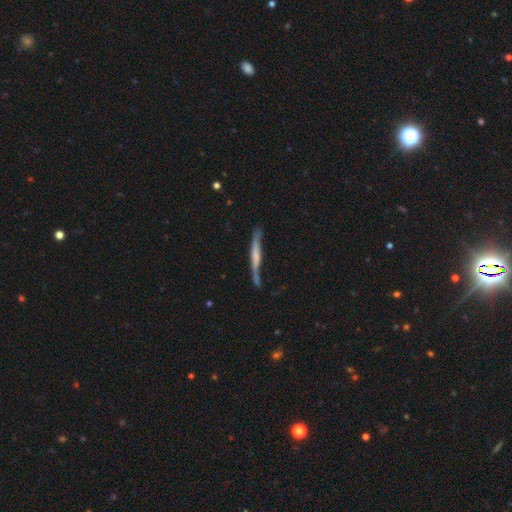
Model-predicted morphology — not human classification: Smooth or featured? Predicted: featured or disk (p=0.56). Edge-on disk? Predicted: yes (p=0.90). Edge-on bulge? Predicted: none (p=0.43). Merging? Predicted: none (p=0.62).